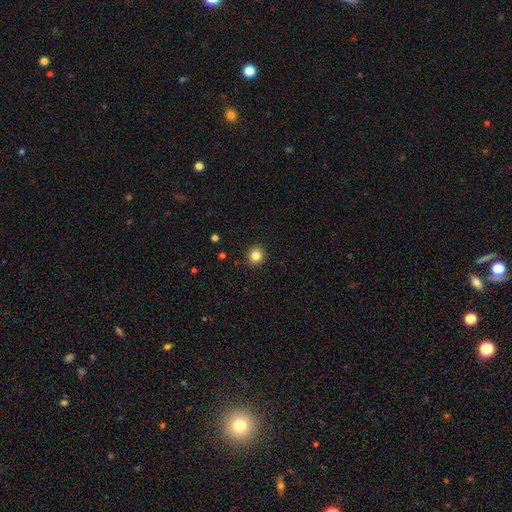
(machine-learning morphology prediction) The model was most divided on "smooth or featured": smooth: 83%, star or artifact: 11%, featured or disk: 5%. More confident: merging — none (92%); how rounded — round (89%).